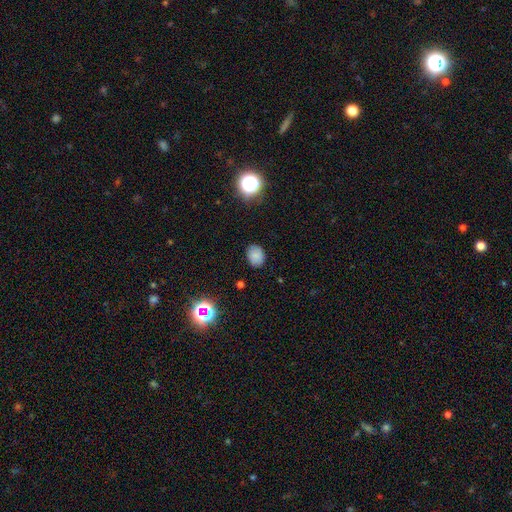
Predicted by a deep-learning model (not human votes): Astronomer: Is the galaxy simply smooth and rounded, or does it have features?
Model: smooth — 78%.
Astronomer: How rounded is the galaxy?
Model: in between — 58% (runner-up: round, 41%).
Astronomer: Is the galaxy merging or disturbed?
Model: none — 83%.